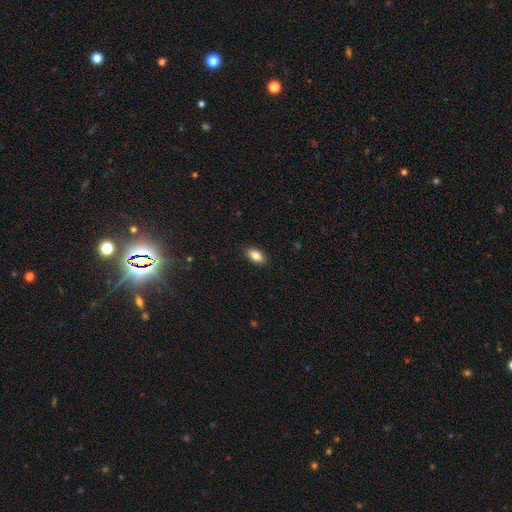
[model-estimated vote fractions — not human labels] A smooth galaxy with no disk features (85%) that is in between round and cigar-shaped (91%). Merging: none (89%).